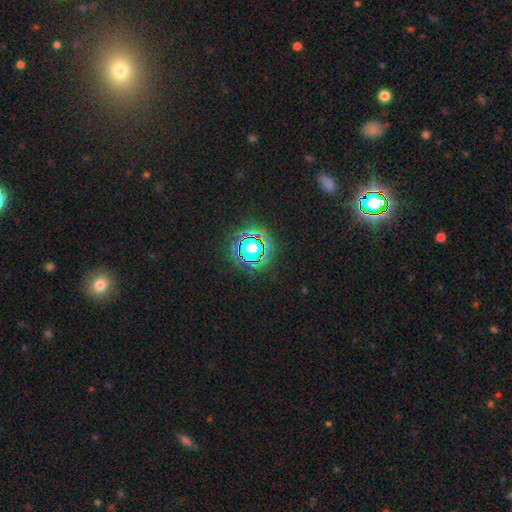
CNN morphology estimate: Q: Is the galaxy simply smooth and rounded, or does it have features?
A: star or artifact — 78%.